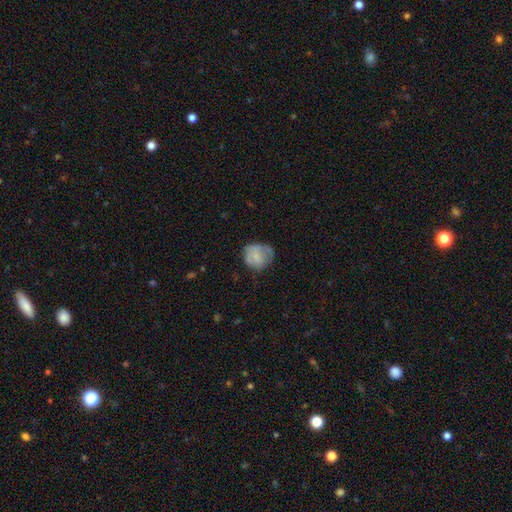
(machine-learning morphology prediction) Smooth or featured?
  - smooth: 70% *
  - featured or disk: 22%
  - star or artifact: 8%
How rounded?
  - round: 75% *
  - in between: 24%
  - cigar-shaped: 1%
Merging?
  - none: 51% *
  - minor disturbance: 32%
  - major disturbance: 16%
  - merger: 2%